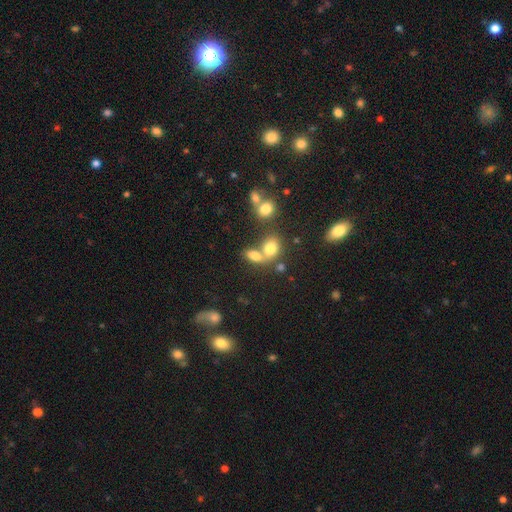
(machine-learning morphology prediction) This appears to be a smooth galaxy with no disk features (74%) that is in between round and cigar-shaped (74%). Merging: merger (52%).